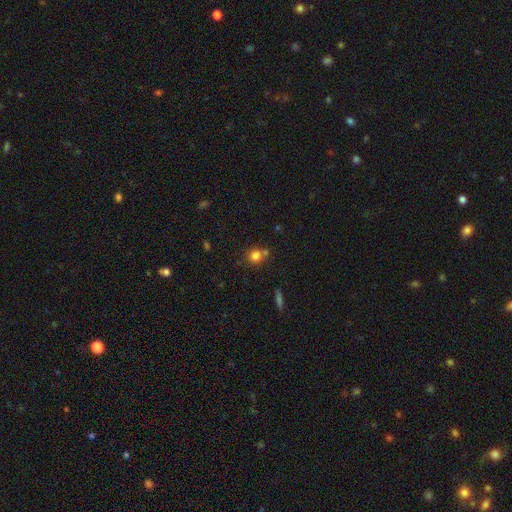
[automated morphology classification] type=smooth (80%); roundness=round (81%); merging=none (61%).